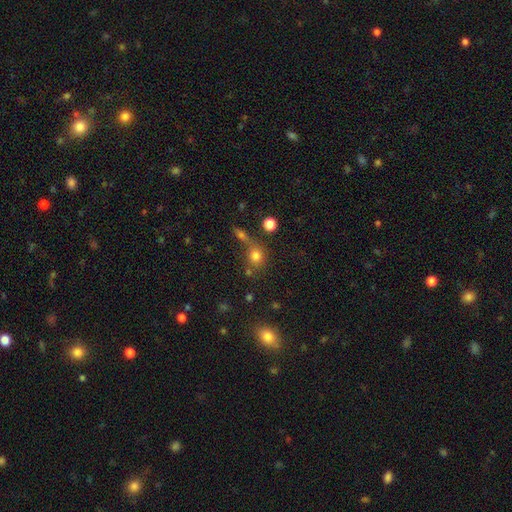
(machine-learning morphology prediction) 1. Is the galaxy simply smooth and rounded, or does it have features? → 76% smooth, 15% star or artifact, 10% featured or disk.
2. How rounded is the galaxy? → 79% round, 20% in between, 2% cigar-shaped.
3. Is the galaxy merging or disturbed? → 57% none, 26% merger, 11% minor disturbance, 6% major disturbance.